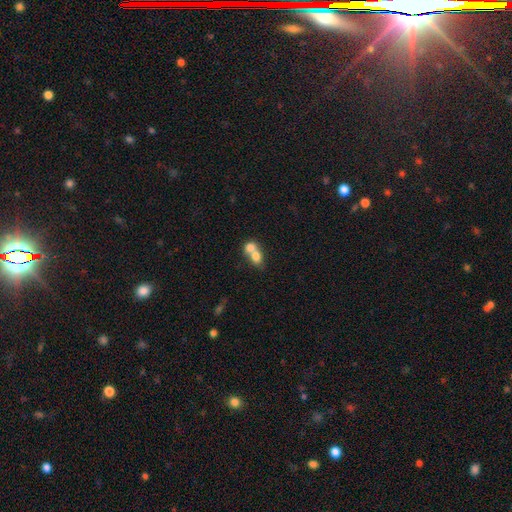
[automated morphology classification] smooth-or-featured: smooth: 73% | featured or disk: 19% | star or artifact: 9%
  how-rounded: round: 49% (tied) | in between: 49% (tied) | cigar-shaped: 2%
  merging: merger: 74% | none: 19% | minor disturbance: 5% | major disturbance: 3%